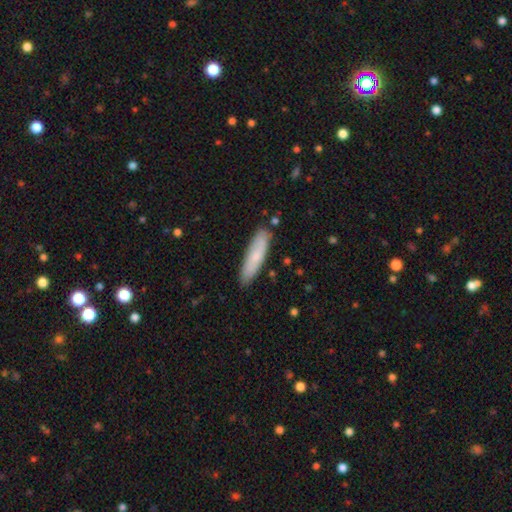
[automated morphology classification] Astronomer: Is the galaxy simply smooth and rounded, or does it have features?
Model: smooth — 76%.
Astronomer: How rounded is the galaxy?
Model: cigar-shaped — 74%.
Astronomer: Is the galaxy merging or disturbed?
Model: none — 84%.